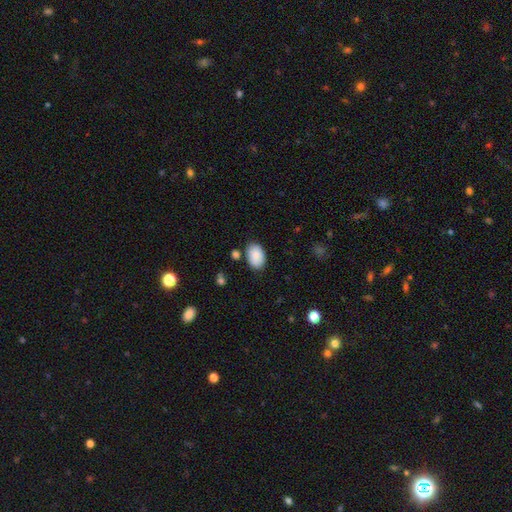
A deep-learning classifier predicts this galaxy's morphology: Smooth or featured? Predicted: smooth (p=0.88). How rounded? Predicted: in between (p=0.90). Merging? Predicted: none (p=0.80).